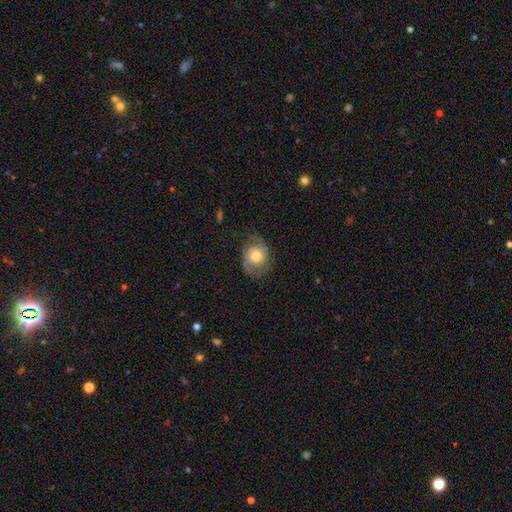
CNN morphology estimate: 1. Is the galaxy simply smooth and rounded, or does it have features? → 62% featured or disk, 30% smooth, 8% star or artifact.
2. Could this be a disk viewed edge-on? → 97% no, 3% yes.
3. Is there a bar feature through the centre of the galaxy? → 76% no, 20% weak, 4% strong.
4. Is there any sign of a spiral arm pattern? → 86% yes, 14% no.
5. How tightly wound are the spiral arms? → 46% medium, 33% tight, 21% loose.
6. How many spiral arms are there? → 85% 2, 7% can't tell, 4% 1, 1% 3, 1% 4, 1% more than 4.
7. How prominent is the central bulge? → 41% moderate, 33% large, 17% small, 6% dominant, 4% none.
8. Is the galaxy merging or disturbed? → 71% none, 18% minor disturbance, 10% major disturbance, 1% merger.